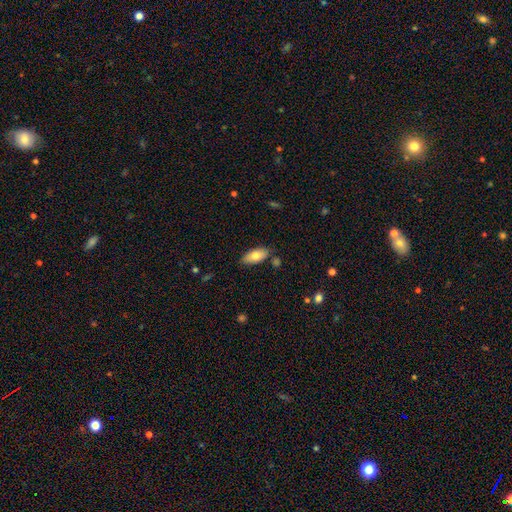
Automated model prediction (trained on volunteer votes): Smooth or featured?
  - smooth: 76% *
  - featured or disk: 18%
  - star or artifact: 7%
How rounded?
  - in between: 88% *
  - cigar-shaped: 10%
  - round: 2%
Merging?
  - none: 82% *
  - minor disturbance: 12%
  - merger: 3%
  - major disturbance: 2%